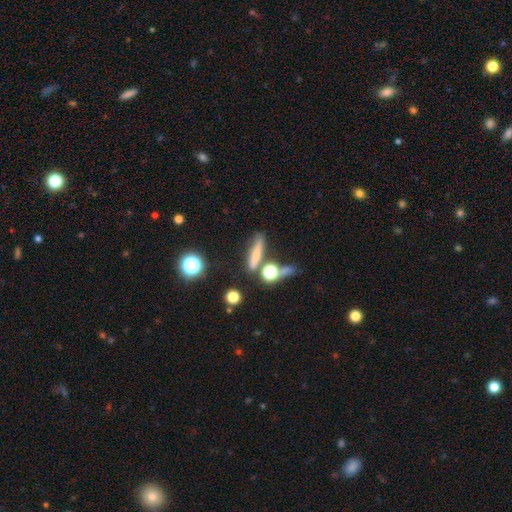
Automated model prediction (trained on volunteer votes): Overall: smooth (57%; featured or disk 29%). How rounded: cigar-shaped (71%). Merging: none (66%).